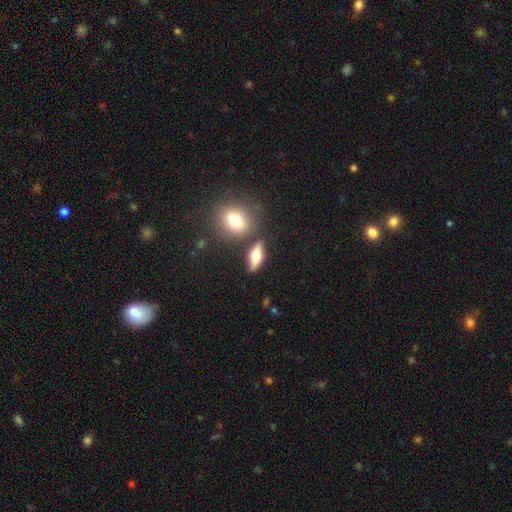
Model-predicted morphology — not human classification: type=smooth (53%); roundness=in between (61%); merging=none (76%).